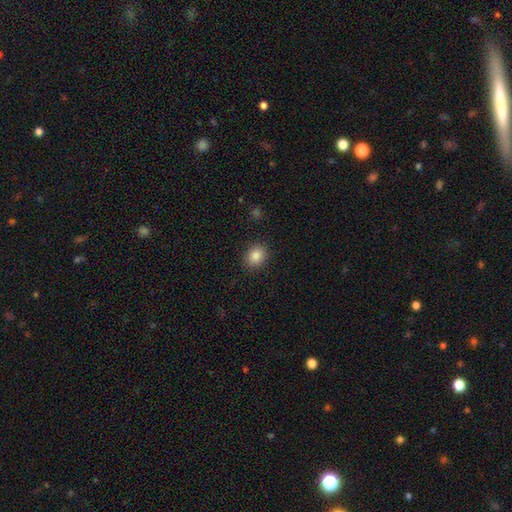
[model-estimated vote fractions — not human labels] smooth 86%, star or artifact 10%, featured or disk 4%. Down the decision tree: how rounded — round (57%); merging — none (88%).